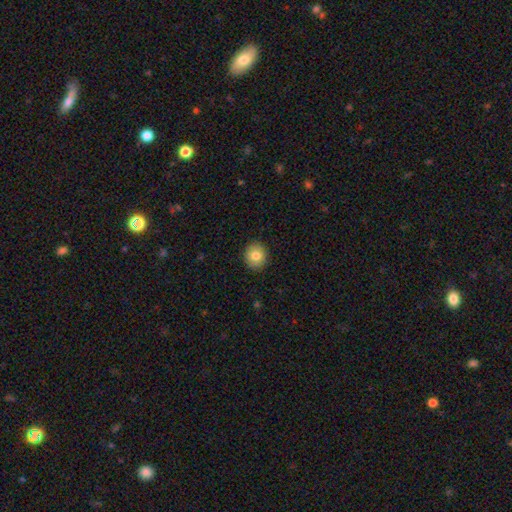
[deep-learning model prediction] A smooth galaxy with no disk features (81%) that is round (80%).

Vote fractions:
- Smooth or featured? smooth: 81% / featured or disk: 10% / star or artifact: 9%
- How rounded? round: 80% / in between: 20% / cigar-shaped: 1%
- Merging? none: 91% / minor disturbance: 6% / major disturbance: 2% / merger: 1%